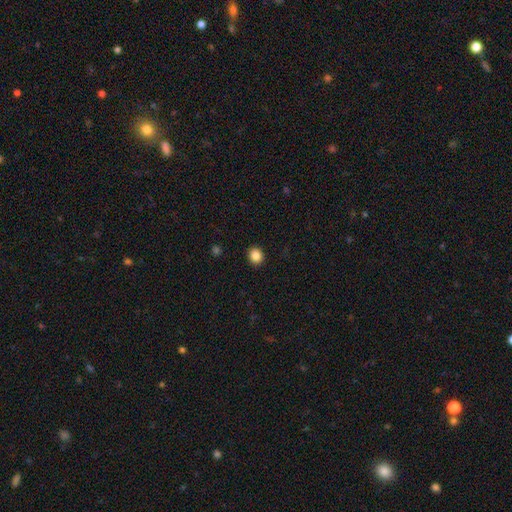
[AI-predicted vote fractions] Smooth or featured: smooth — 86% (star or artifact — 10%)
How rounded: round — 78% (in between — 21%)
Merging: none — 92% (minor disturbance — 6%)